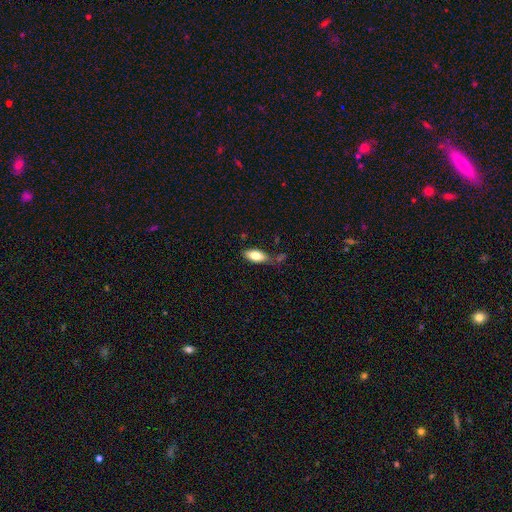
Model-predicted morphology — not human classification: Smooth or featured? smooth (76%)
How rounded? in between (85%)
Merging? none (67%)